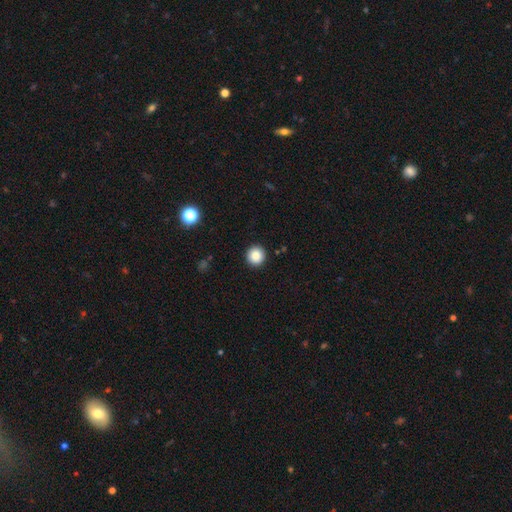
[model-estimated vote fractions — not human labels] smooth-or-featured: smooth: 86% | star or artifact: 10% | featured or disk: 4%
  how-rounded: round: 95% | in between: 4% | cigar-shaped: 1%
  merging: none: 93% | minor disturbance: 5% | major disturbance: 2% | merger: 1%